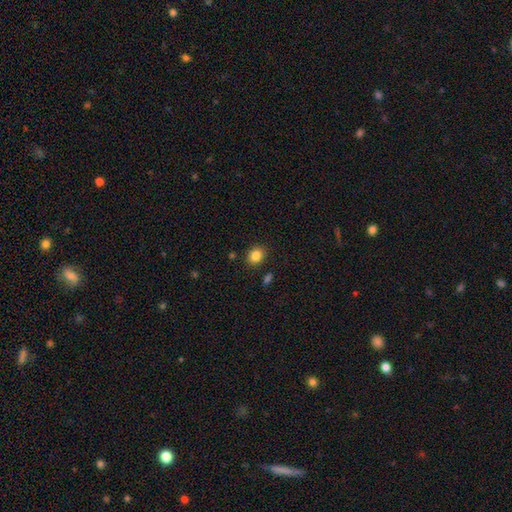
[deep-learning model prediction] Smooth or featured? Predicted: smooth (p=0.85). How rounded? Predicted: round (p=0.61). Merging? Predicted: none (p=0.87).